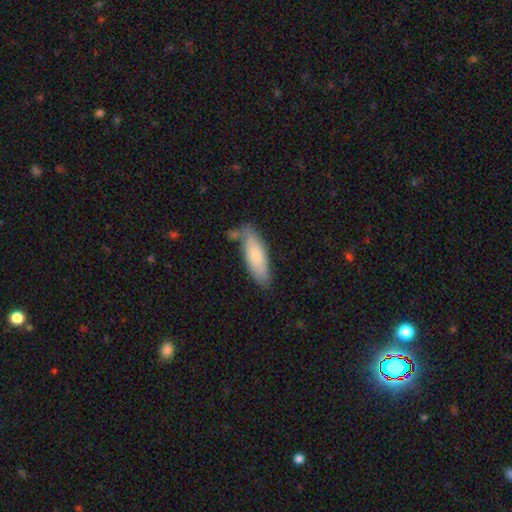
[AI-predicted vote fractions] Smooth or featured? smooth (77%)
How rounded? in between (59%)
Merging? none (70%)